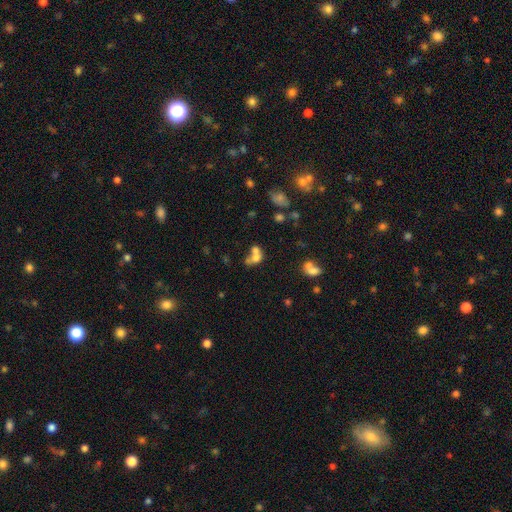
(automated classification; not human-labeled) Q: Smooth or featured?
A: smooth (65%); runner-up: featured or disk (21%)
Q: How rounded?
A: round (53%); runner-up: in between (45%)
Q: Merging?
A: merger (65%); runner-up: none (23%)